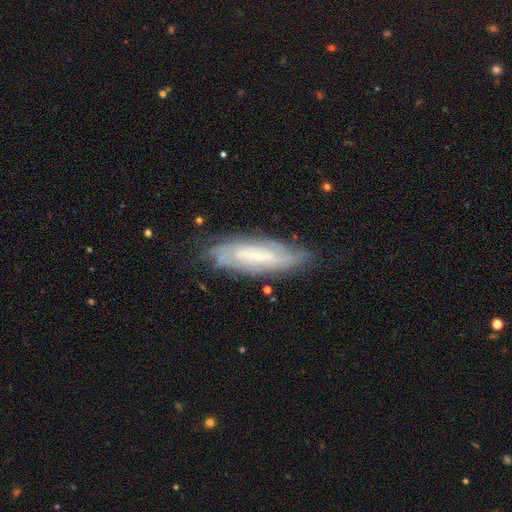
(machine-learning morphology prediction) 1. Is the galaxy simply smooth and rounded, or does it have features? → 68% featured or disk, 25% smooth, 7% star or artifact.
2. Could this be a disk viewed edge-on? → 77% no, 23% yes.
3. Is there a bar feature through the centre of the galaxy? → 43% no, 40% weak, 17% strong.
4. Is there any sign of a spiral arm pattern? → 86% yes, 14% no.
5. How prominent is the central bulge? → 60% small, 21% moderate, 15% none, 3% large, 1% dominant.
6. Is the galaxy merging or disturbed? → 74% none, 19% minor disturbance, 5% major disturbance, 2% merger.